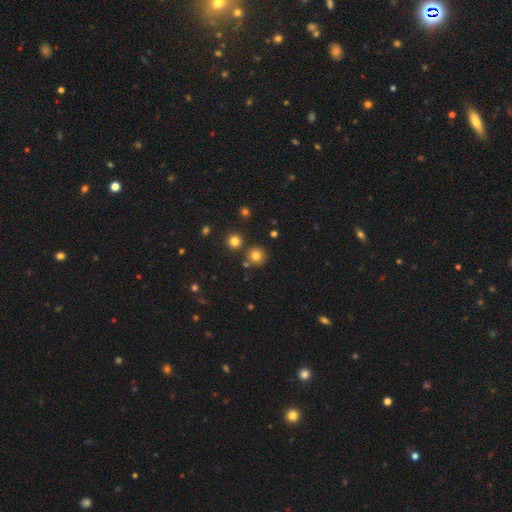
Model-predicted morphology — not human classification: smooth_or_featured: smooth (p=0.77) [alt: star or artifact p=0.15]
how_rounded: round (p=0.93) [alt: in between p=0.06]
merging: none (p=0.81) [alt: merger p=0.09]